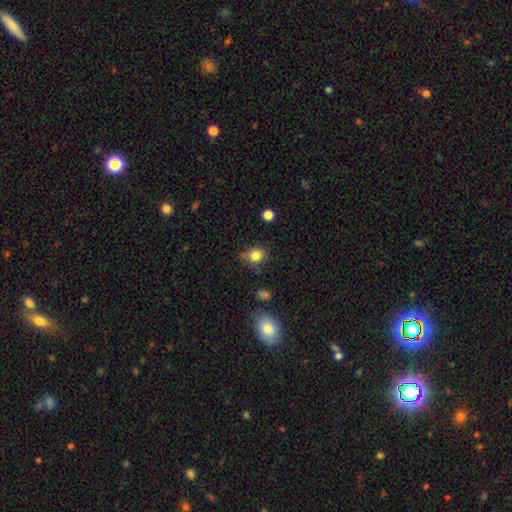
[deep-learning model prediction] Morphology: type=smooth (82%); roundness=round (69%); merging=none (72%).